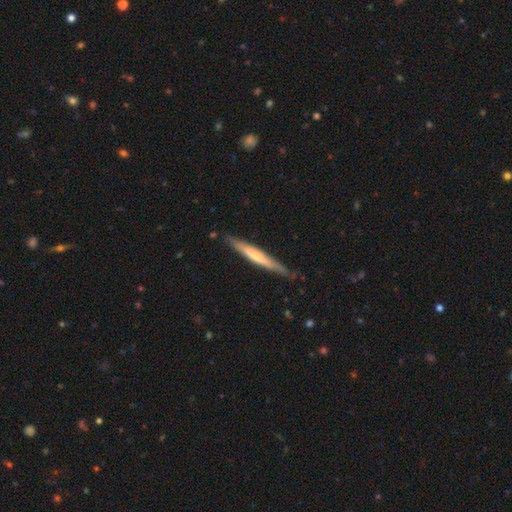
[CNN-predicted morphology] A featured or disk galaxy (50%) viewed edge-on (94%). Merging: none (84%).